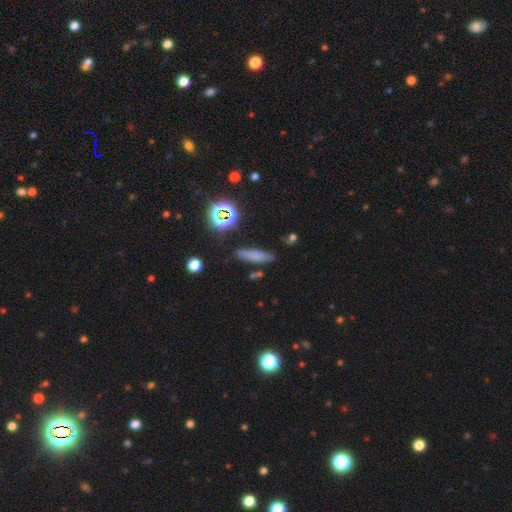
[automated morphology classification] smooth_or_featured: smooth (p=0.70) [alt: star or artifact p=0.15]
how_rounded: cigar-shaped (p=0.72) [alt: in between p=0.24]
merging: none (p=0.79) [alt: minor disturbance p=0.13]